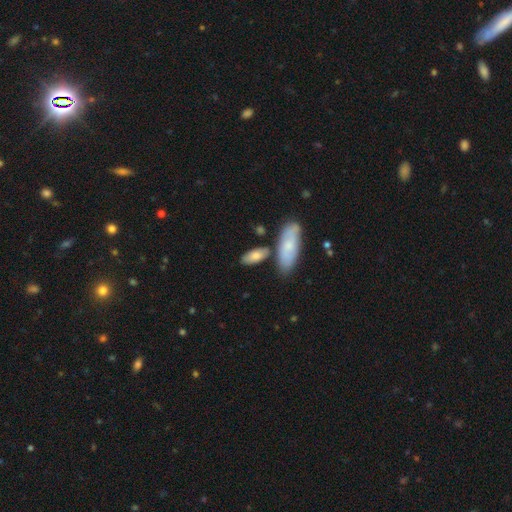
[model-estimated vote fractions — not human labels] This is likely a smooth galaxy (77%). How rounded: clearly in between (81%). Merging: likely none (65%).